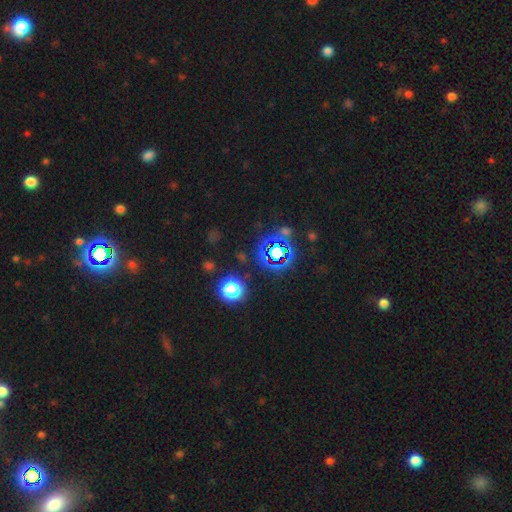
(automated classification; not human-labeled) Smooth or featured?
  - star or artifact: 76% *
  - smooth: 16%
  - featured or disk: 8%